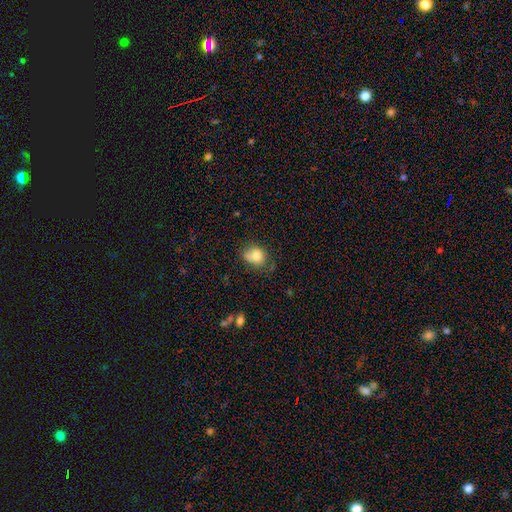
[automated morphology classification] Smooth or featured? Predicted: smooth (p=0.79). How rounded? Predicted: round (p=0.52). Merging? Predicted: none (p=0.48).